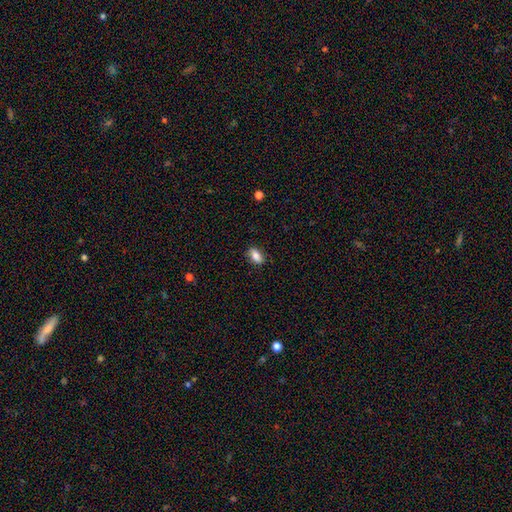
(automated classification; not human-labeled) Smooth or featured: smooth — 81% (featured or disk — 11%)
How rounded: in between — 87% (round — 7%)
Merging: none — 84% (minor disturbance — 12%)